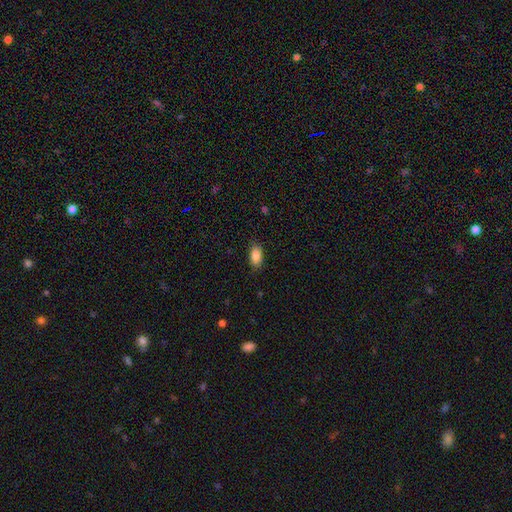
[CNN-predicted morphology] This appears to be a smooth galaxy with no disk features (87%) that is in between round and cigar-shaped (91%). Merging: none (84%).